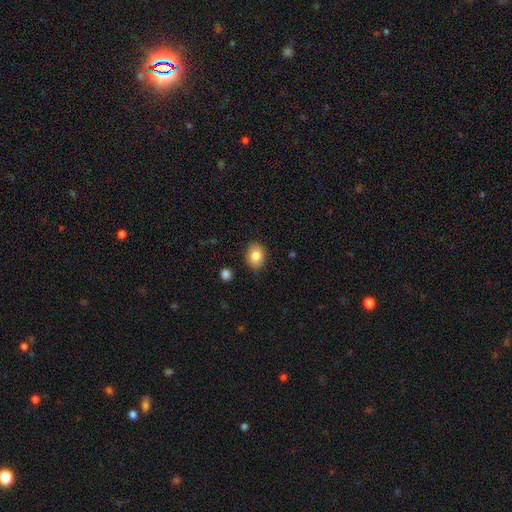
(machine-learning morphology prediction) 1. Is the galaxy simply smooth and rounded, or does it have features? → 82% smooth, 9% star or artifact, 9% featured or disk.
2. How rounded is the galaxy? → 51% in between, 48% round, 1% cigar-shaped.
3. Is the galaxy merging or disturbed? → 84% none, 12% minor disturbance, 2% major disturbance, 2% merger.